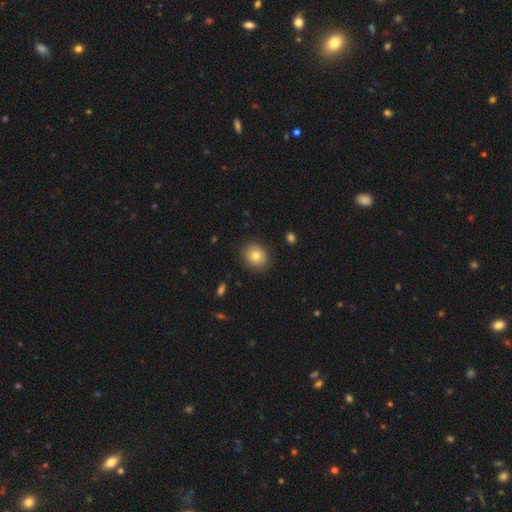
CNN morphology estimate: smooth-or-featured: smooth: 78% | featured or disk: 13% | star or artifact: 9%
  how-rounded: round: 78% | in between: 22% | cigar-shaped: 1%
  merging: none: 87% | minor disturbance: 9% | major disturbance: 2% | merger: 1%